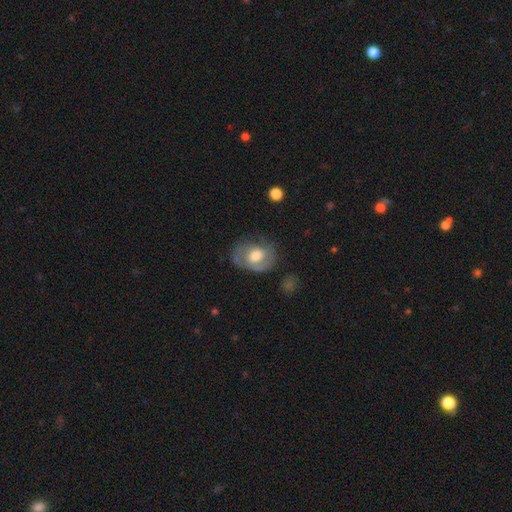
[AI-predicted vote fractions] Smooth or featured?
  - featured or disk: 59% *
  - smooth: 35%
  - star or artifact: 6%
Edge-on disk?
  - no: 96% *
  - yes: 4%
Bar?
  - no: 66% *
  - weak: 29%
  - strong: 5%
Spiral arms?
  - yes: 69% *
  - no: 31%
Bulge size?
  - moderate: 53% *
  - large: 33%
  - small: 9%
  - none: 2%
  - dominant: 2%
Merging?
  - none: 58% *
  - minor disturbance: 25%
  - major disturbance: 15%
  - merger: 2%